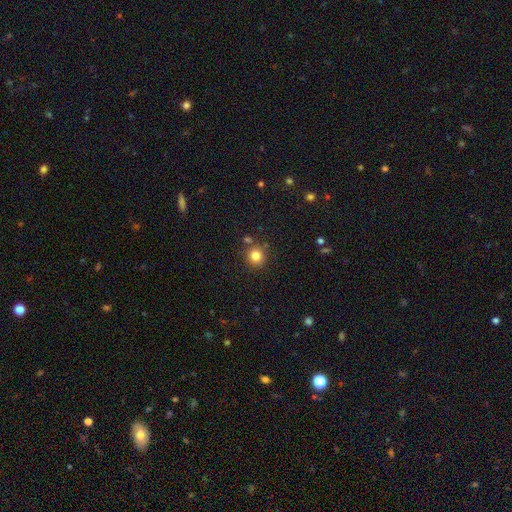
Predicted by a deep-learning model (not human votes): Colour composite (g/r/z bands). It shows a smooth galaxy with no disk features (83%) that is round (91%). Merging: none (81%).